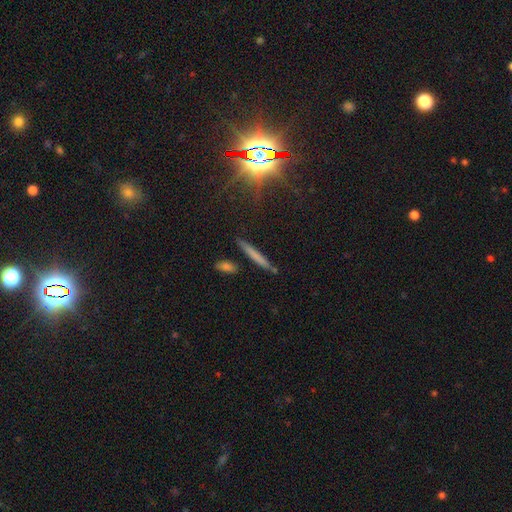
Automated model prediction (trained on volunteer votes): Smooth or featured?
  - smooth: 62% *
  - featured or disk: 26%
  - star or artifact: 12%
How rounded?
  - cigar-shaped: 94% *
  - in between: 4%
  - round: 2%
Merging?
  - none: 85% *
  - minor disturbance: 10%
  - merger: 3%
  - major disturbance: 2%